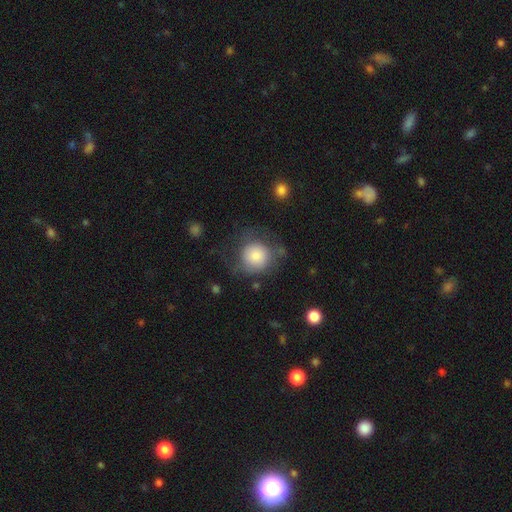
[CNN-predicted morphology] smooth-or-featured: smooth: 75% | featured or disk: 17% | star or artifact: 8%
  how-rounded: round: 88% | in between: 11% | cigar-shaped: 1%
  merging: none: 53% | minor disturbance: 24% | major disturbance: 20% | merger: 3%